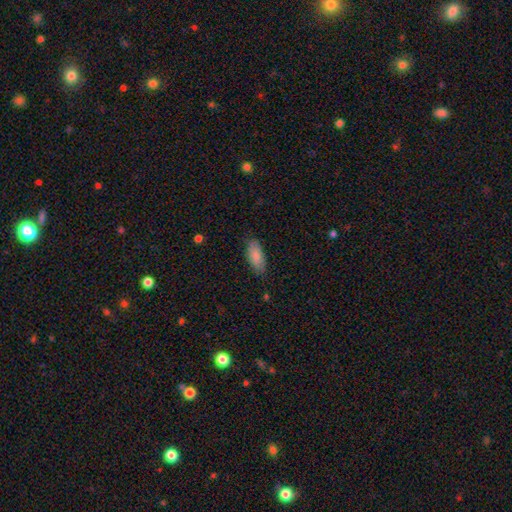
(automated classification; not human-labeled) Smooth or featured?
  - smooth: 86% *
  - featured or disk: 8%
  - star or artifact: 6%
How rounded?
  - in between: 86% *
  - cigar-shaped: 12%
  - round: 2%
Merging?
  - none: 80% *
  - minor disturbance: 16%
  - major disturbance: 3%
  - merger: 1%